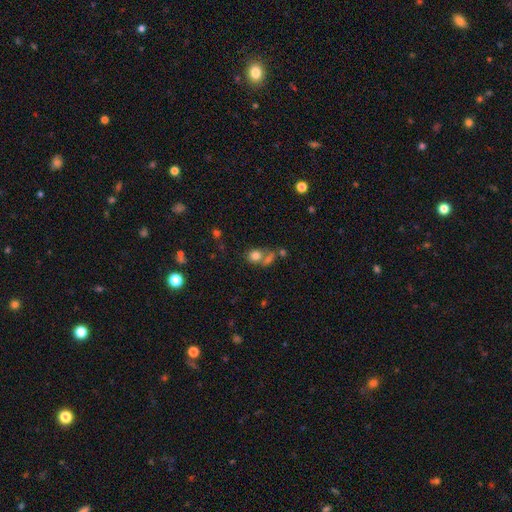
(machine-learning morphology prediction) The model was most divided on "merging": merger: 41%, none: 40%, minor disturbance: 11%, major disturbance: 7%. More confident: smooth or featured — smooth (76%); how rounded — round (61%).